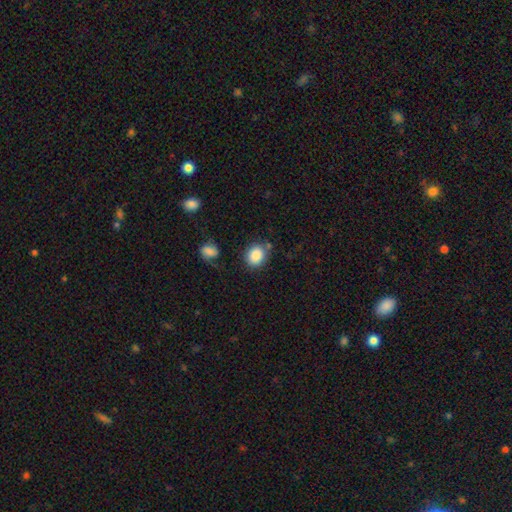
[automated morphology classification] Q: Smooth or featured?
A: smooth (87%); runner-up: star or artifact (8%)
Q: How rounded?
A: round (59%); runner-up: in between (40%)
Q: Merging?
A: none (74%); runner-up: minor disturbance (14%)